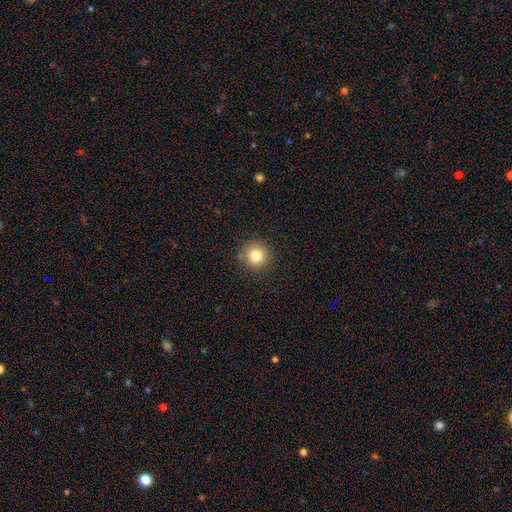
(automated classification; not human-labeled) Smooth or featured: smooth — 81% (star or artifact — 12%)
How rounded: round — 95% (in between — 4%)
Merging: none — 90% (minor disturbance — 7%)